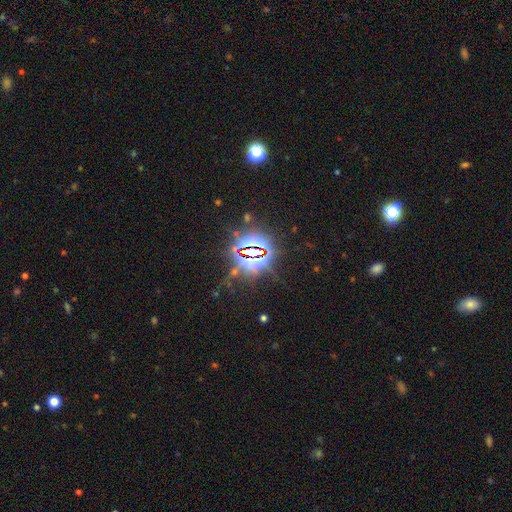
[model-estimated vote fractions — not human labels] The model was most divided on "smooth or featured": star or artifact: 82%, smooth: 10%, featured or disk: 8%.